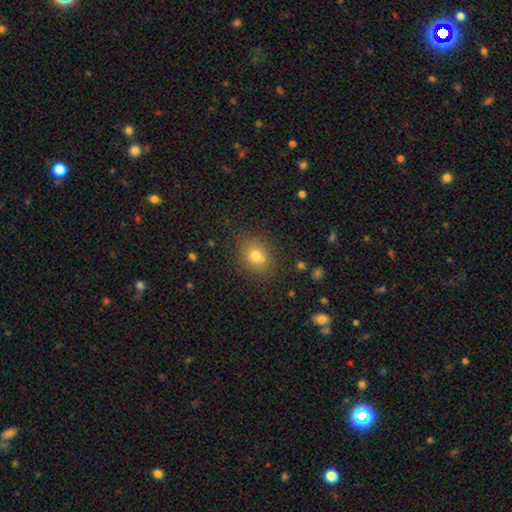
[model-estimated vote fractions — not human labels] A smooth galaxy with no disk features (75%) that is round (62%).

Vote fractions:
- Smooth or featured? smooth: 75% / star or artifact: 14% / featured or disk: 11%
- How rounded? round: 62% / in between: 37% / cigar-shaped: 1%
- Merging? none: 80% / minor disturbance: 12% / merger: 4% / major disturbance: 4%